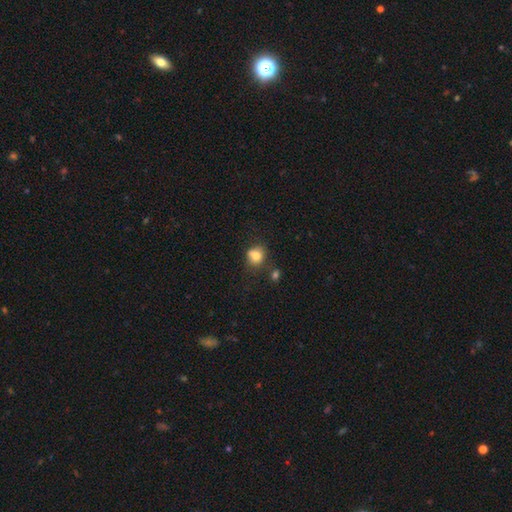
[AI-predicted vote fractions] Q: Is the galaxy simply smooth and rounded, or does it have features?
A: smooth — 77%.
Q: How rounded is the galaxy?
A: round — 68%.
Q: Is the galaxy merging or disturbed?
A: none — 50%.